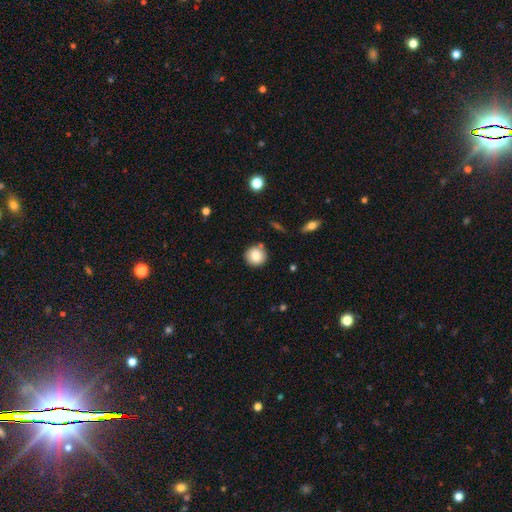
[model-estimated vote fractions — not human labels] A smooth galaxy with no disk features (84%) that is round (93%).

Vote fractions:
- Smooth or featured? smooth: 84% / star or artifact: 9% / featured or disk: 7%
- How rounded? round: 93% / in between: 6% / cigar-shaped: 1%
- Merging? none: 85% / minor disturbance: 9% / merger: 3% / major disturbance: 2%